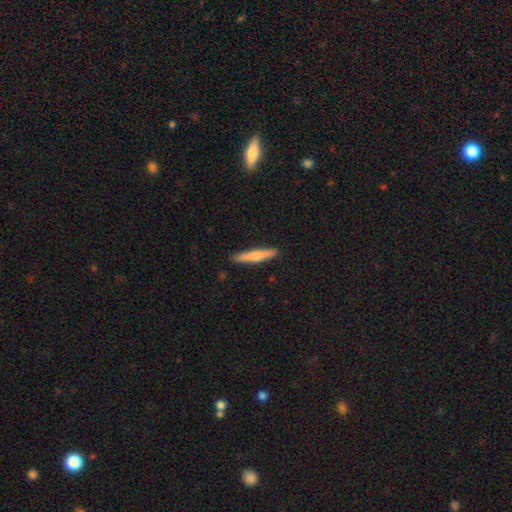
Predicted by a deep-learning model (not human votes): Overall: smooth (63%; featured or disk 32%). How rounded: cigar-shaped (92%). Merging: none (90%).